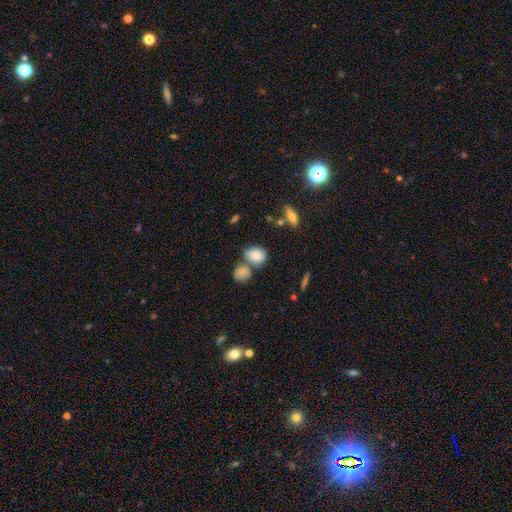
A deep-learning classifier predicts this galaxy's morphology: Overall: smooth (81%). How rounded: in between (64%; round 34%). Merging: none (51%; merger 30%).